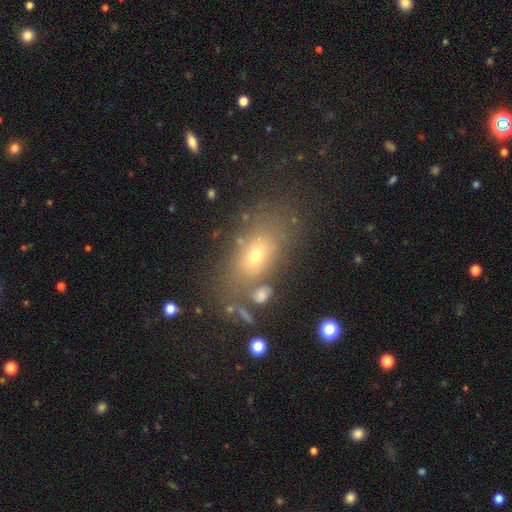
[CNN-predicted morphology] Smooth or featured? Predicted: smooth (p=0.60). How rounded? Predicted: in between (p=0.75). Merging? Predicted: none (p=0.67).